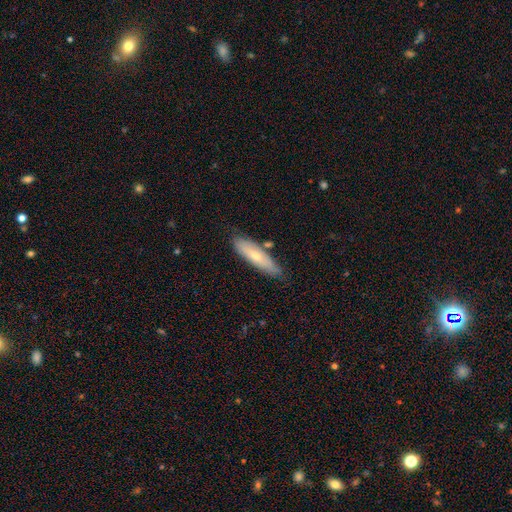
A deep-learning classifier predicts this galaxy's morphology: This appears to be a smooth galaxy with no disk features (60%) that is cigar-shaped (62%). Merging: none (76%).